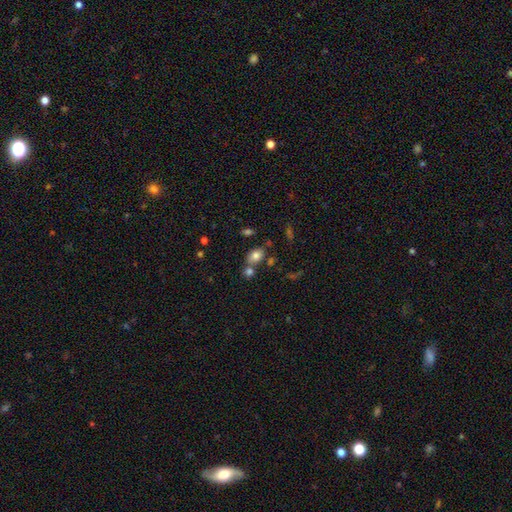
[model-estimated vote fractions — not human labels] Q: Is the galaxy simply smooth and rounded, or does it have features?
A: smooth — 78%.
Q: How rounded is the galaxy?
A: in between — 76%.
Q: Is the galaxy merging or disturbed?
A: none — 60%.